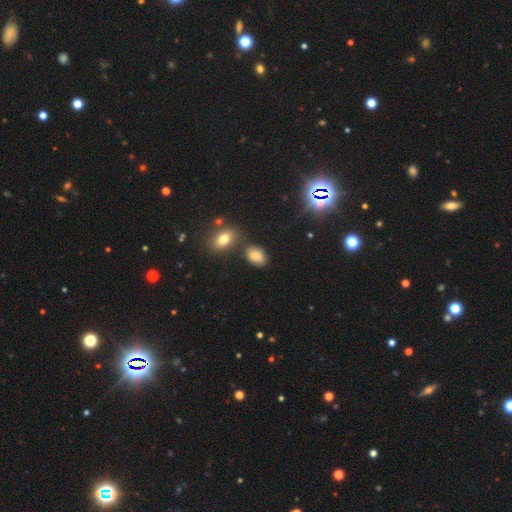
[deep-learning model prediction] smooth_or_featured: smooth (p=0.79) [alt: star or artifact p=0.13]
how_rounded: in between (p=0.86) [alt: round p=0.13]
merging: none (p=0.71) [alt: minor disturbance p=0.14]